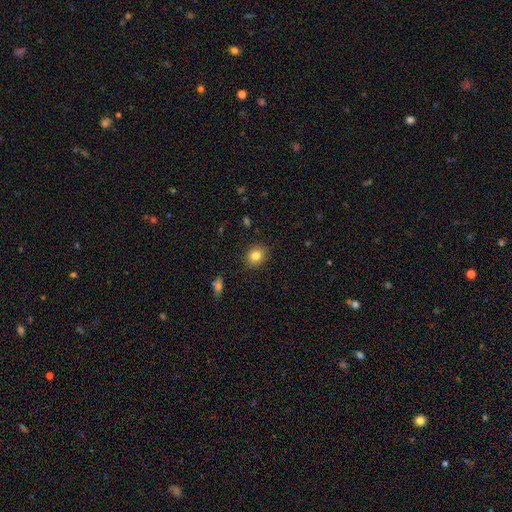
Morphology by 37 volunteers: Smooth or featured?
  - smooth: 78% *
  - featured or disk: 16%
  - star or artifact: 5%
How rounded?
  - round: 86% *
  - in between: 14%
  - cigar-shaped: 0%
Merging?
  - none: 89% *
  - minor disturbance: 6%
  - major disturbance: 3%
  - merger: 3%